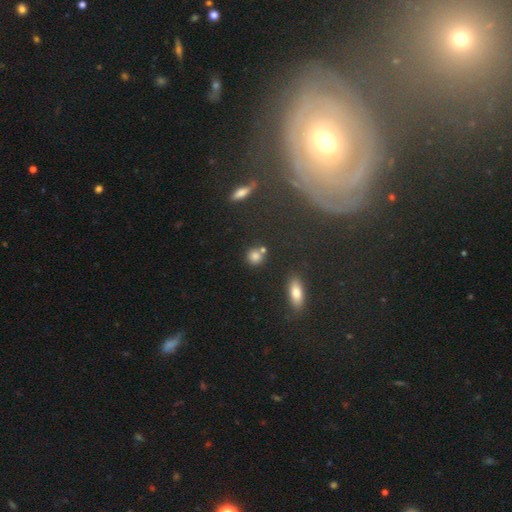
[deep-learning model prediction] smooth 77%, star or artifact 14%, featured or disk 9%. Down the decision tree: how rounded — round (86%); merging — none (64%).